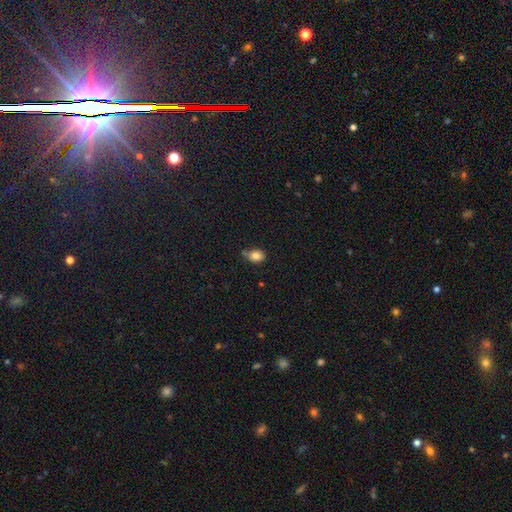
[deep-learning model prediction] Smooth or featured? Predicted: smooth (p=0.81). How rounded? Predicted: in between (p=0.65). Merging? Predicted: none (p=0.58).